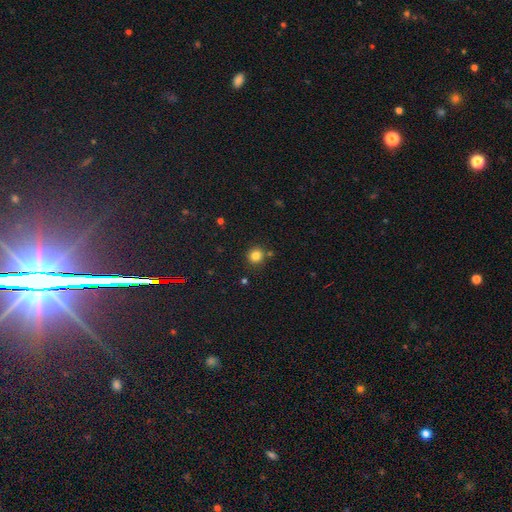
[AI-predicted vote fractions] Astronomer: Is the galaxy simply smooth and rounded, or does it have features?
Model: smooth — 82%.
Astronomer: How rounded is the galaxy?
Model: round — 91%.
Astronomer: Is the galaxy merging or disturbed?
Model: none — 83%.